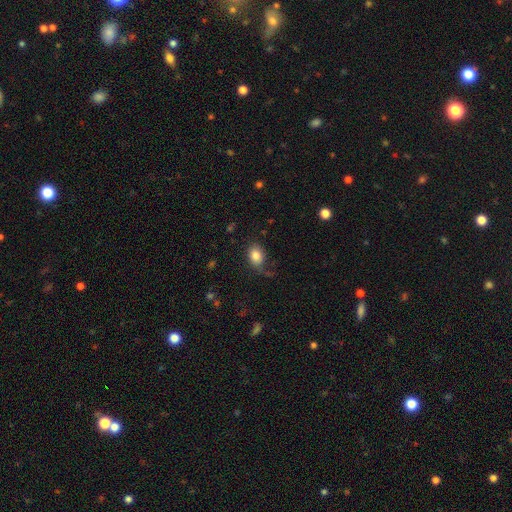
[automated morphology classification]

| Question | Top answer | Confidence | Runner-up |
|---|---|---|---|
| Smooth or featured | smooth | 82% | star or artifact (9%) |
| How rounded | in between | 70% | round (29%) |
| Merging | none | 67% | minor disturbance (20%) |